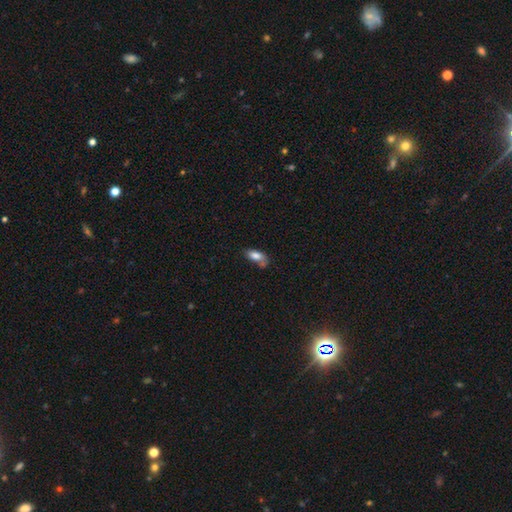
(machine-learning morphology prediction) smooth-or-featured: smooth: 79% | featured or disk: 13% | star or artifact: 8%
  how-rounded: in between: 88% | cigar-shaped: 8% | round: 4%
  merging: none: 43% | minor disturbance: 28% | merger: 17% | major disturbance: 12%